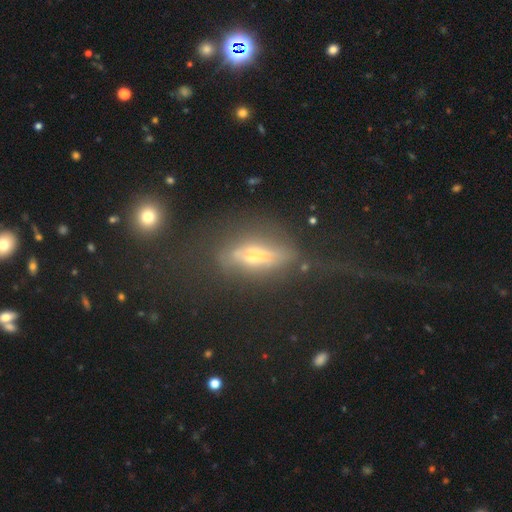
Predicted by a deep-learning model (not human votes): Overall: featured or disk (52%; smooth 31%). Edge-on disk: no (51%; yes 49%). Merging: none (37%; major disturbance 33%).